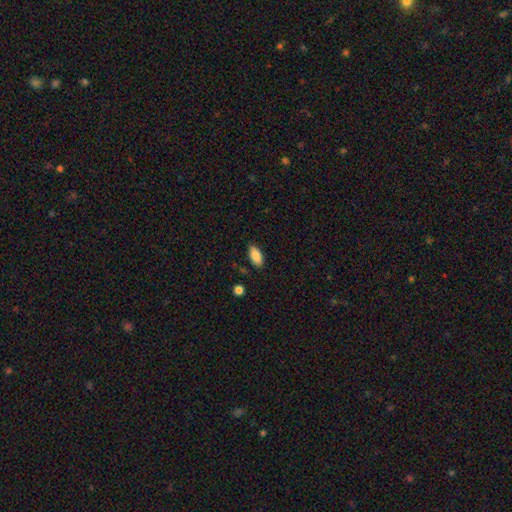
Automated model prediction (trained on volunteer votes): This appears to be a smooth galaxy with no disk features (87%) that is in between round and cigar-shaped (91%). Merging: none (85%).